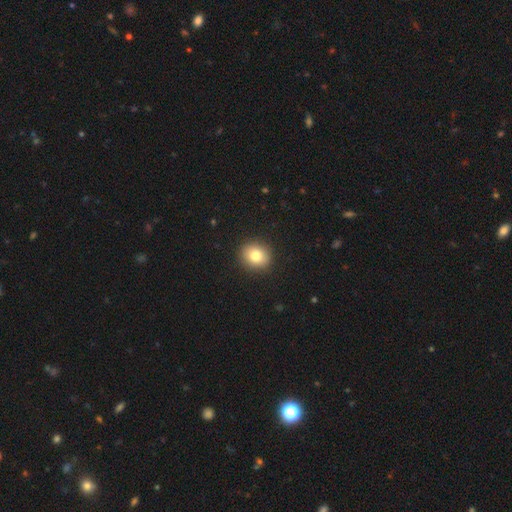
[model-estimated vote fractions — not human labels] This appears to be a smooth galaxy with no disk features (81%) that is round (72%). Merging: none (91%).